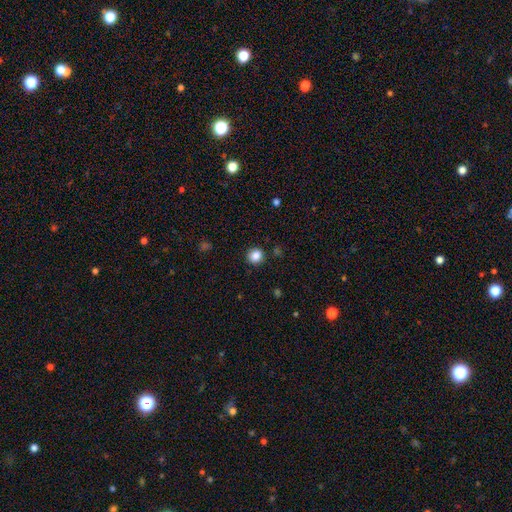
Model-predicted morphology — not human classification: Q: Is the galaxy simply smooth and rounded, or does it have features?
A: smooth — 85%.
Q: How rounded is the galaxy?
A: round — 87%.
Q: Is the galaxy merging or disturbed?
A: none — 89%.